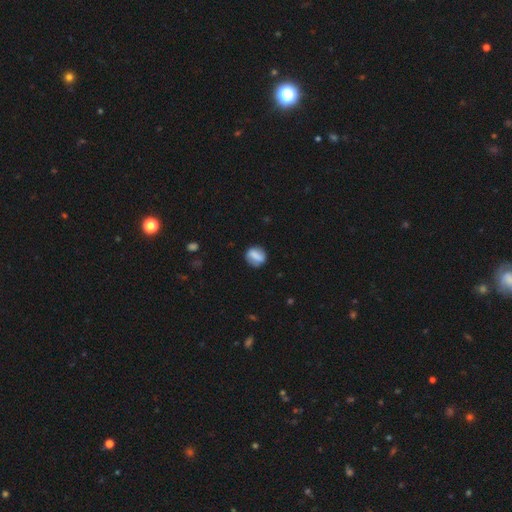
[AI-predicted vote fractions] Morphology: type=smooth (68%); roundness=round (55%); merging=none (77%).